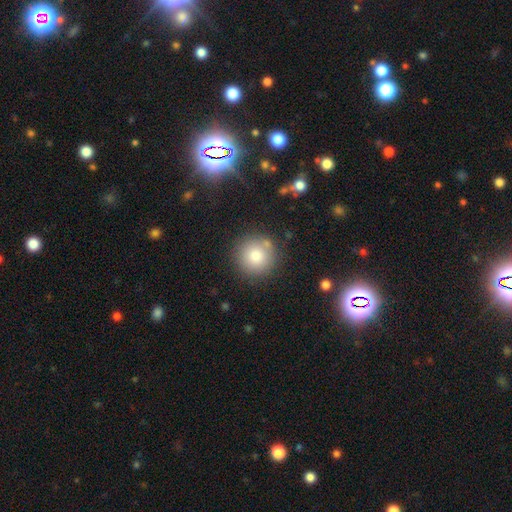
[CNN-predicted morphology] Smooth or featured: smooth — 81% (star or artifact — 11%)
How rounded: round — 95% (in between — 4%)
Merging: none — 83% (minor disturbance — 9%)